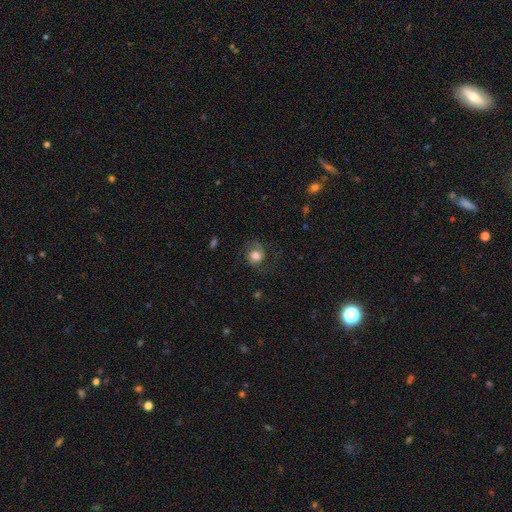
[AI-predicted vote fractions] smooth_or_featured: smooth (p=0.52) [alt: featured or disk p=0.39]
how_rounded: round (p=0.74) [alt: in between p=0.25]
merging: none (p=0.56) [alt: major disturbance p=0.22]